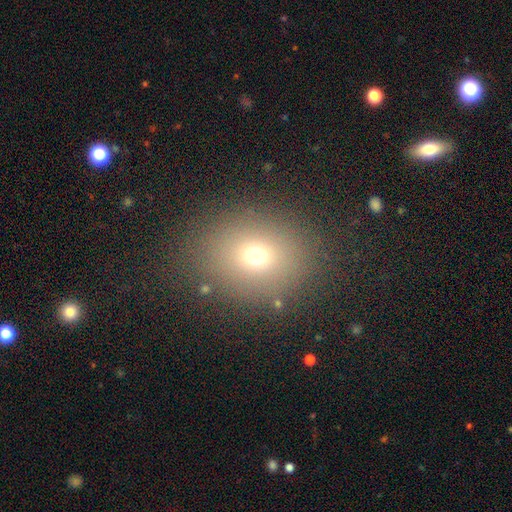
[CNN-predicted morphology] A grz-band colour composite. It shows a smooth galaxy with no disk features (69%) that is round (56%). Merging: none (84%).